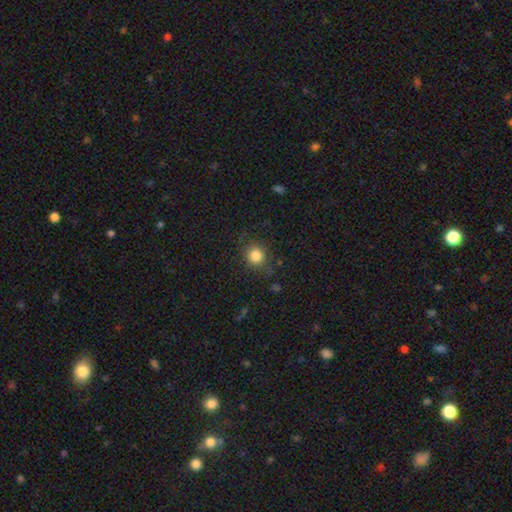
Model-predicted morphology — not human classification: smooth-or-featured: smooth: 82% | star or artifact: 11% | featured or disk: 6%
  how-rounded: round: 81% | in between: 18% | cigar-shaped: 1%
  merging: none: 82% | minor disturbance: 12% | major disturbance: 4% | merger: 2%